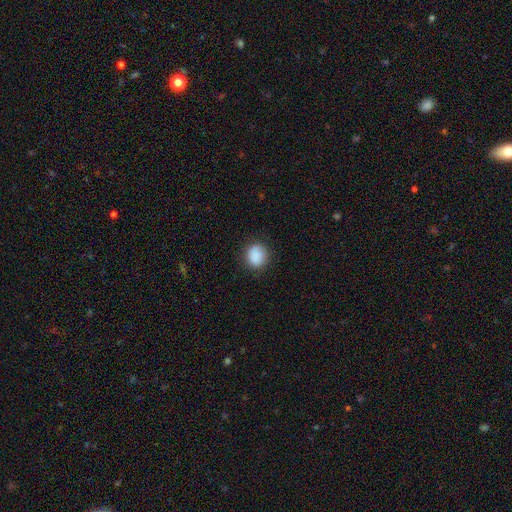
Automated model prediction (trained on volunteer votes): Smooth or featured? Predicted: smooth (p=0.88). How rounded? Predicted: round (p=0.72). Merging? Predicted: none (p=0.86).